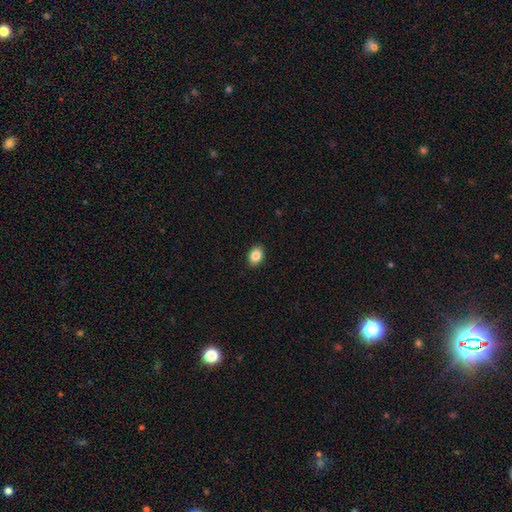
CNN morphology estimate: smooth_or_featured: smooth (p=0.85) [alt: star or artifact p=0.09]
how_rounded: in between (p=0.77) [alt: round p=0.22]
merging: none (p=0.89) [alt: minor disturbance p=0.08]